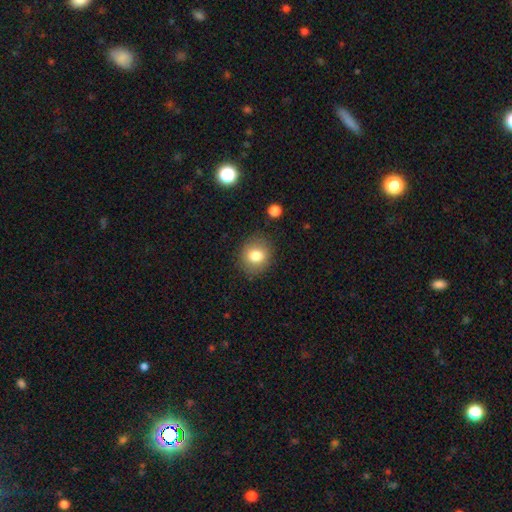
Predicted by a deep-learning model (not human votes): A smooth galaxy with no disk features (81%) that is round (71%). Merging: none (85%).